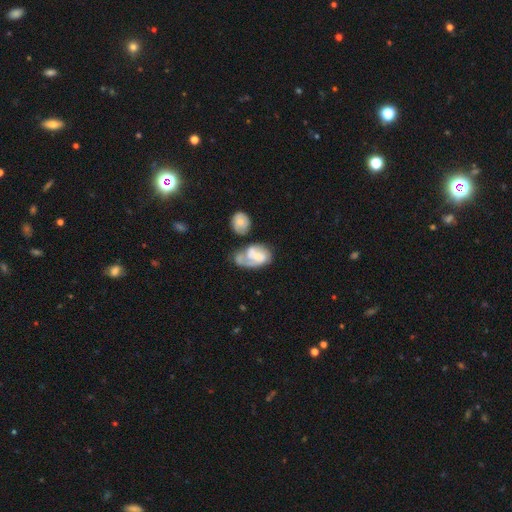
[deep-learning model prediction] A featured or disk galaxy (59%) with no bar (58%), spiral arms (77%) and a small central bulge (46%).

Vote fractions:
- Smooth or featured? featured or disk: 59% / smooth: 34% / star or artifact: 7%
- Edge-on disk? no: 97% / yes: 3%
- Bar? no: 58% / weak: 33% / strong: 8%
- Spiral arms? yes: 77% / no: 23%
- Bulge size? small: 46% / moderate: 35% / none: 12% / large: 5% / dominant: 2%
- Merging? merger: 36% / none: 23% / major disturbance: 21% / minor disturbance: 20%